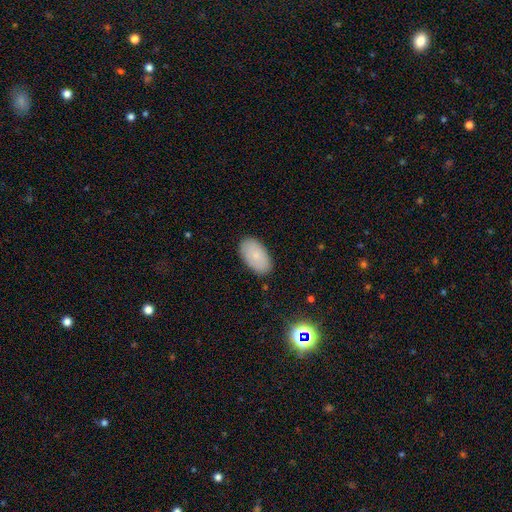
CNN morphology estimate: smooth_or_featured: smooth (p=0.81) [alt: featured or disk p=0.12]
how_rounded: in between (p=0.95) [alt: round p=0.03]
merging: none (p=0.87) [alt: minor disturbance p=0.10]